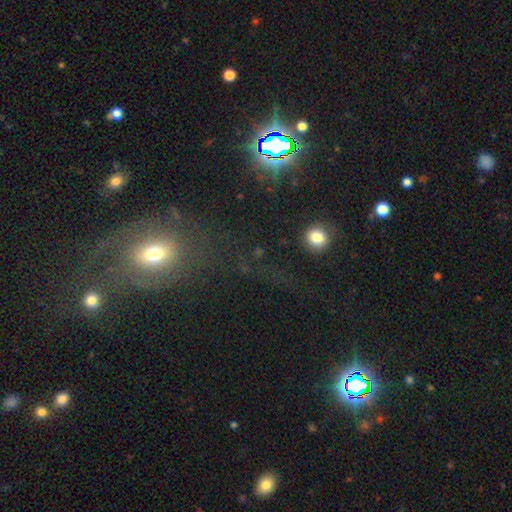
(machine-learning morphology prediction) Smooth or featured? star or artifact (40%)